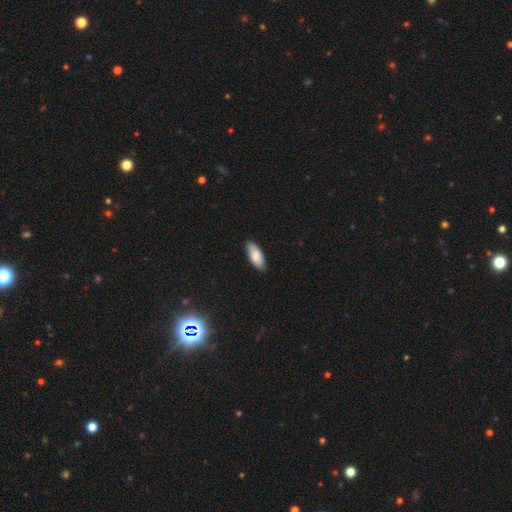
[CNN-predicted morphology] A smooth galaxy with no disk features (82%) that is in between round and cigar-shaped (80%).

Vote fractions:
- Smooth or featured? smooth: 82% / featured or disk: 12% / star or artifact: 6%
- How rounded? in between: 80% / cigar-shaped: 19% / round: 2%
- Merging? none: 85% / minor disturbance: 12% / major disturbance: 2% / merger: 1%